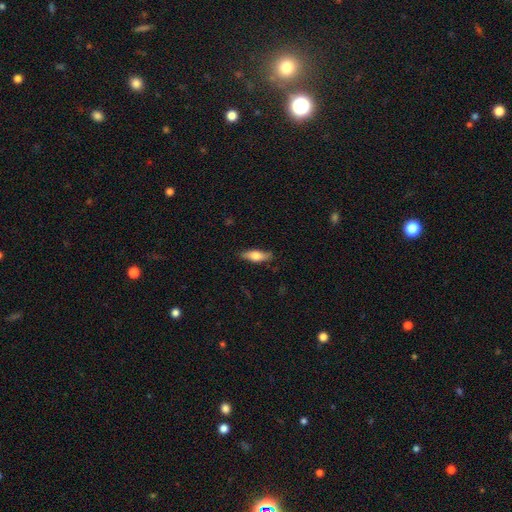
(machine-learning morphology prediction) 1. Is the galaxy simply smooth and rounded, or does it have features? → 65% smooth, 29% featured or disk, 6% star or artifact.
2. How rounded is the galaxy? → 52% in between, 46% cigar-shaped, 3% round.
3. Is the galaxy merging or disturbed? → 82% none, 14% minor disturbance, 3% major disturbance, 1% merger.